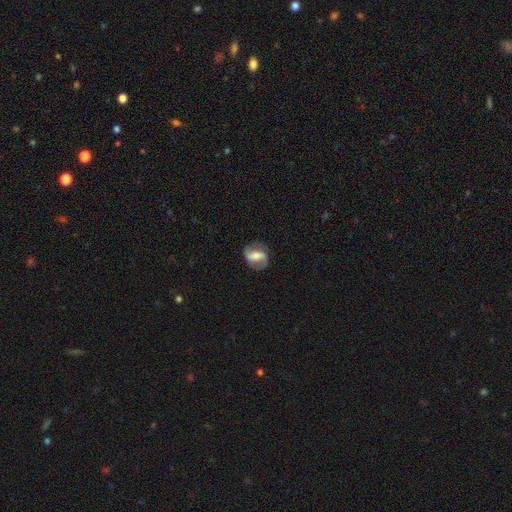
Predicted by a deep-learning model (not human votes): Q: Smooth or featured?
A: featured or disk (73%); runner-up: smooth (21%)
Q: Edge-on disk?
A: no (96%); runner-up: yes (4%)
Q: Bar?
A: strong (45%); runner-up: weak (37%)
Q: Spiral arms?
A: yes (90%); runner-up: no (10%)
Q: Spiral winding?
A: loose (47%); runner-up: medium (38%)
Q: Spiral arm count?
A: 2 (89%); runner-up: can't tell (4%)
Q: Bulge size?
A: moderate (40%); runner-up: small (32%)
Q: Merging?
A: none (79%); runner-up: minor disturbance (14%)